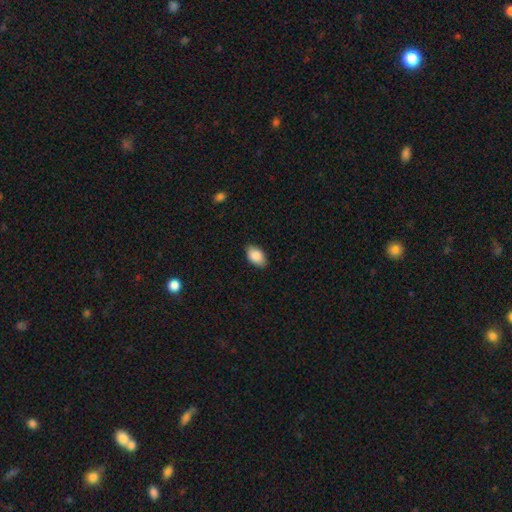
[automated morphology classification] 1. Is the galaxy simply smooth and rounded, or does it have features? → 89% smooth, 7% star or artifact, 5% featured or disk.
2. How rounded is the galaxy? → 91% in between, 7% round, 2% cigar-shaped.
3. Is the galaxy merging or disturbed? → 84% none, 13% minor disturbance, 3% major disturbance, 1% merger.